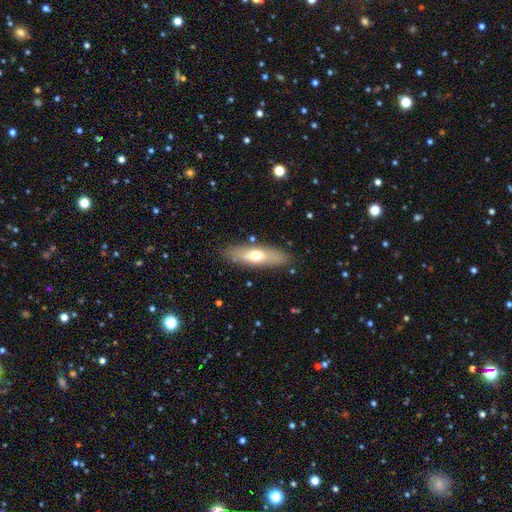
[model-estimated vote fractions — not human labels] Morphology: type=smooth (56%); roundness=in between (51%); merging=none (83%).